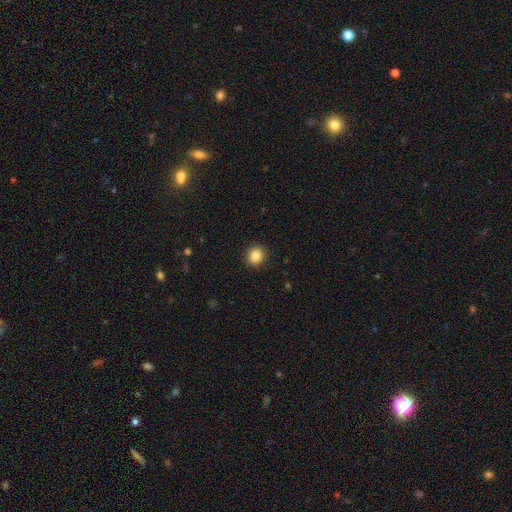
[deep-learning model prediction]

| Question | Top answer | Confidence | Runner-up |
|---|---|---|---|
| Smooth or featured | smooth | 85% | star or artifact (10%) |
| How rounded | round | 86% | in between (13%) |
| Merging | none | 91% | minor disturbance (6%) |